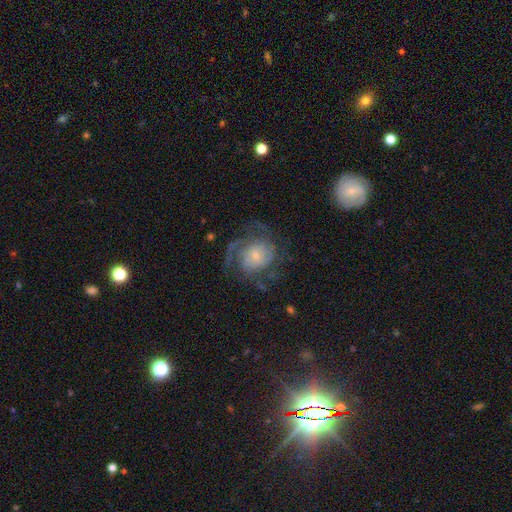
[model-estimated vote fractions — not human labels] Smooth or featured? Predicted: featured or disk (p=0.77). Edge-on disk? Predicted: no (p=0.98). Bar? Predicted: no (p=0.65). Spiral arms? Predicted: yes (p=0.90). Spiral winding? Predicted: medium (p=0.43). Spiral arm count? Predicted: can't tell (p=0.30). Bulge size? Predicted: small (p=0.58). Merging? Predicted: none (p=0.58).